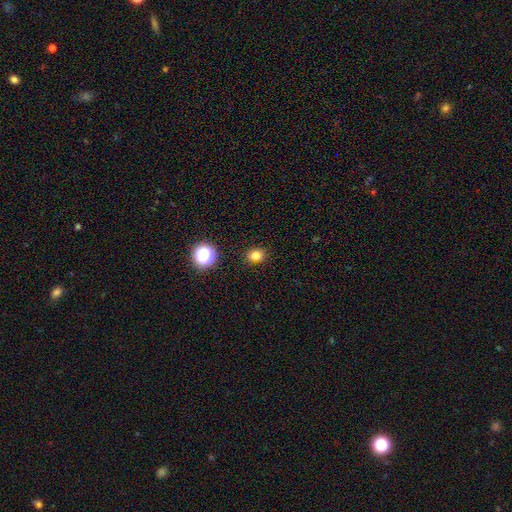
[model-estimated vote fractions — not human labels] Smooth or featured? smooth (81%)
How rounded? round (61%)
Merging? none (88%)